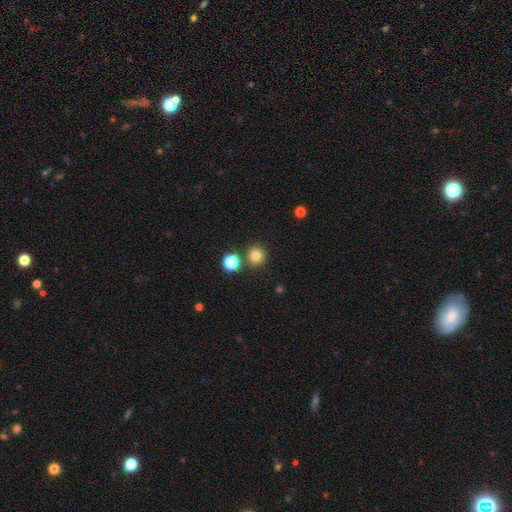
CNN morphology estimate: Q: Smooth or featured?
A: smooth (79%); runner-up: star or artifact (15%)
Q: How rounded?
A: round (94%); runner-up: in between (5%)
Q: Merging?
A: none (83%); runner-up: merger (8%)